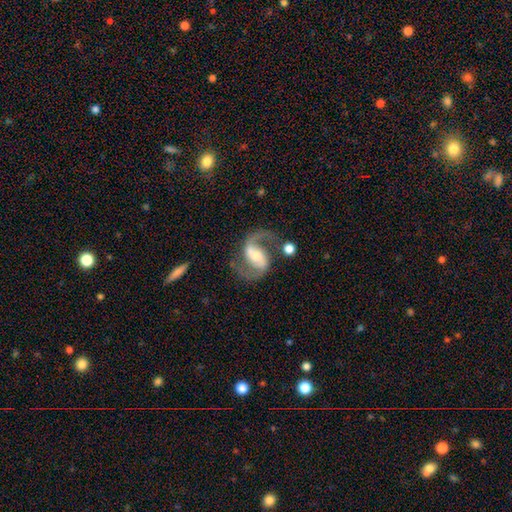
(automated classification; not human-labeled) featured or disk 89%, smooth 6%, star or artifact 5%. Down the decision tree: edge-on disk — no (98%); bar — strong (40%); spiral arms — yes (97%); spiral arm count — 2 (93%); spiral winding — medium (49%); bulge size — moderate (56%); merging — none (71%).